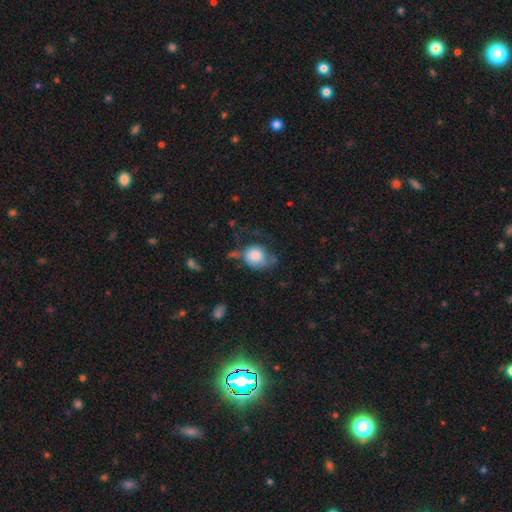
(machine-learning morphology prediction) This is likely a smooth galaxy (77%). How rounded: likely round (67%). Merging: marginally none (35%).